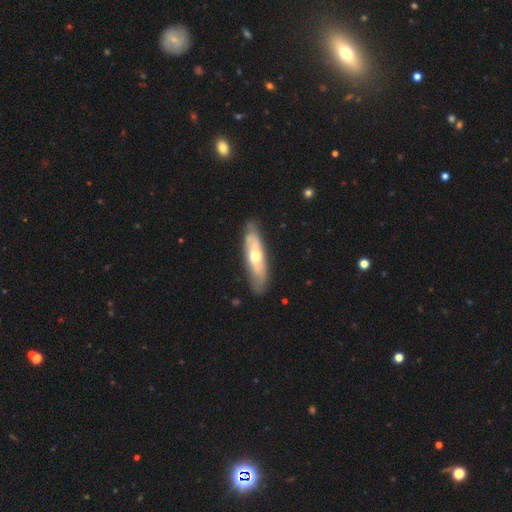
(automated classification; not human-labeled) smooth_or_featured: featured or disk (p=0.56) [alt: smooth p=0.39]
disk_edge_on: no (p=0.59) [alt: yes p=0.41]
merging: none (p=0.79) [alt: minor disturbance p=0.16]